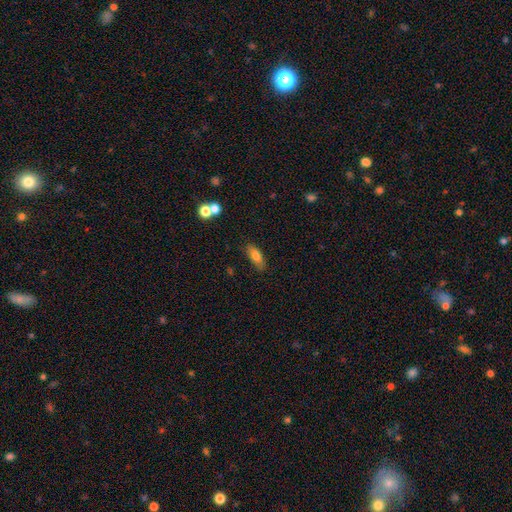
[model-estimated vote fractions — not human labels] Morphology: type=smooth (76%); roundness=in between (75%); merging=none (76%).